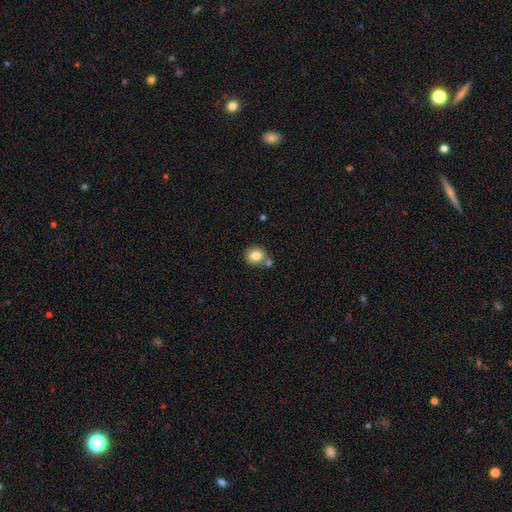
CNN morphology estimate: A smooth galaxy with no disk features (81%) that is round (74%). Merging: none (66%).